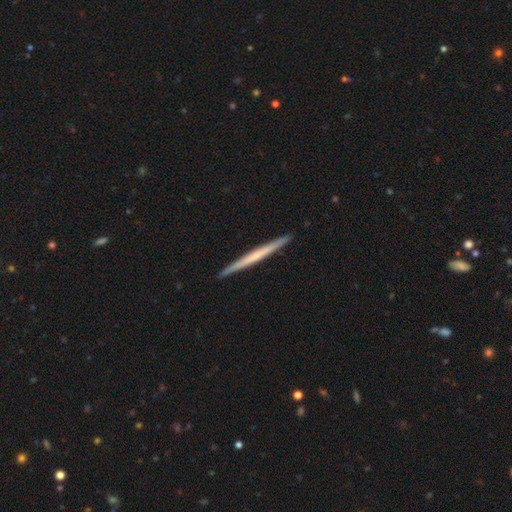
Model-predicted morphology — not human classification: A featured or disk galaxy (55%) viewed edge-on (98%) with no central bulge (79%). Merging: none (92%).